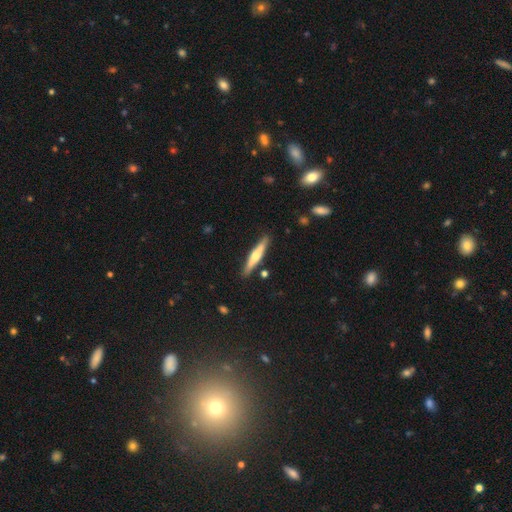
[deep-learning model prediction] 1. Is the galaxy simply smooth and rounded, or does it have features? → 54% featured or disk, 41% smooth, 6% star or artifact.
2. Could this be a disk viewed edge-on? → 96% yes, 4% no.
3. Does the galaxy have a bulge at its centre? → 83% rounded, 9% none, 7% boxy.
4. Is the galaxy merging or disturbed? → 87% none, 9% minor disturbance, 2% merger, 2% major disturbance.